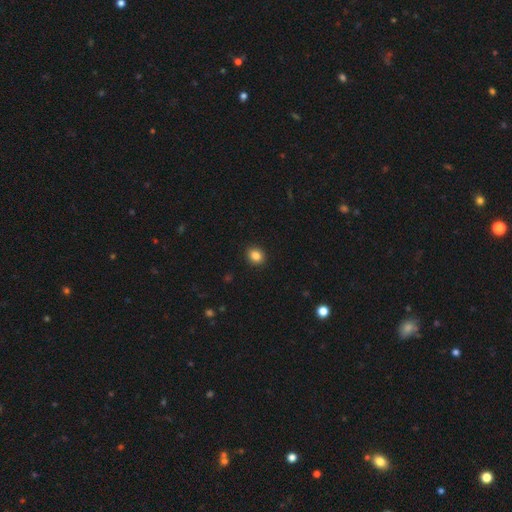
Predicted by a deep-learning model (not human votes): Morphology: type=smooth (86%); roundness=round (60%); merging=none (91%).